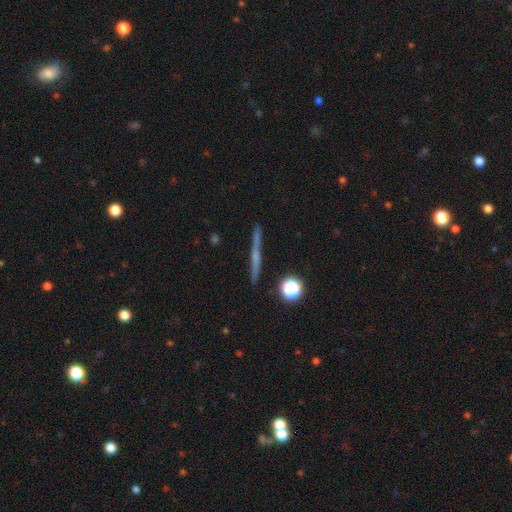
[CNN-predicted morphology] type=featured or disk (64%); edge-on=yes (98%); edge-on bulge=rounded (48%); merging=none (91%).